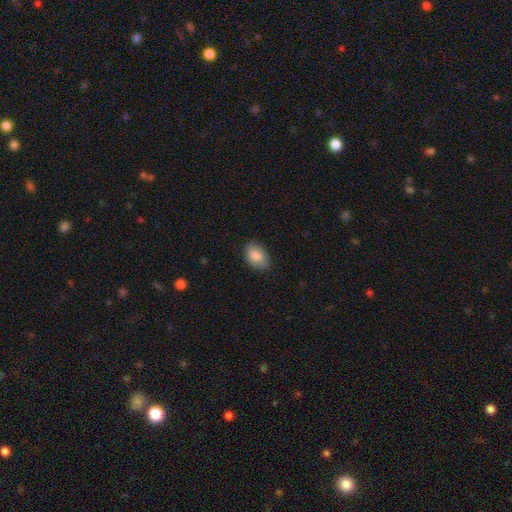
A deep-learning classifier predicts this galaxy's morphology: This appears to be a smooth galaxy with no disk features (86%) that is in between round and cigar-shaped (91%). Merging: none (84%).